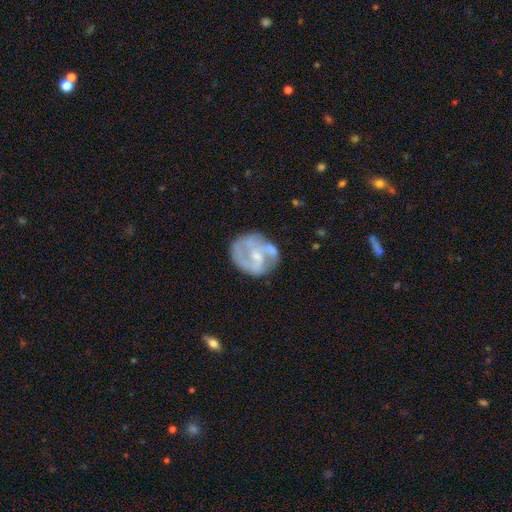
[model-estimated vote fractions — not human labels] A featured or disk galaxy (75%) with no bar (48%), 2 (45%) medium (45%) spiral arms (80%) and a small central bulge (55%).

Vote fractions:
- Smooth or featured? featured or disk: 75% / smooth: 19% / star or artifact: 6%
- Edge-on disk? no: 98% / yes: 2%
- Bar? no: 48% / weak: 42% / strong: 10%
- Spiral arms? yes: 80% / no: 20%
- Spiral winding? medium: 45% / tight: 32% / loose: 22%
- Spiral arm count? 2: 45% / can't tell: 22% / 3: 20% / 1: 6% / 4: 4% / more than 4: 3%
- Bulge size? small: 55% / moderate: 32% / none: 9% / large: 2% / dominant: 1%
- Merging? none: 58% / minor disturbance: 22% / major disturbance: 14% / merger: 6%